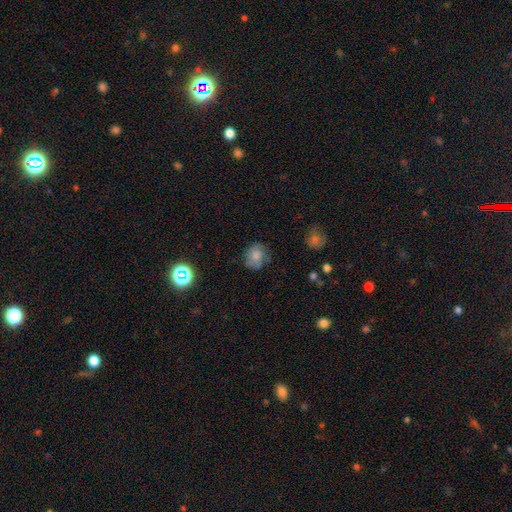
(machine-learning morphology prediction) Smooth or featured? smooth (70%)
How rounded? round (63%)
Merging? none (66%)